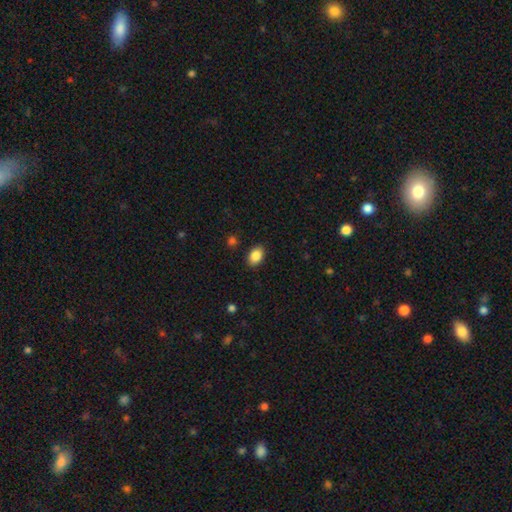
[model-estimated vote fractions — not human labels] This is clearly a smooth galaxy (87%). How rounded: clearly in between (82%). Merging: clearly none (88%).